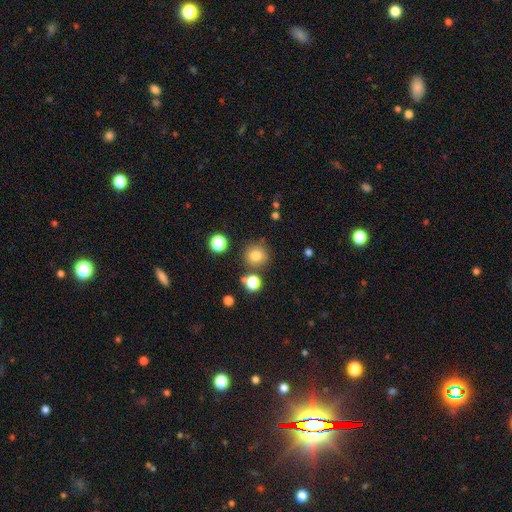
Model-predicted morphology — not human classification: The model was most divided on "smooth or featured": smooth: 79%, star or artifact: 14%, featured or disk: 7%. More confident: how rounded — round (90%); merging — none (80%).